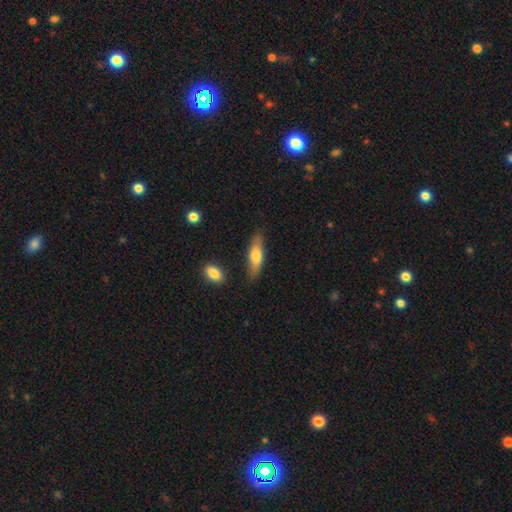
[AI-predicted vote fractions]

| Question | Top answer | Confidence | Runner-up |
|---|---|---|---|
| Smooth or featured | smooth | 67% | featured or disk (27%) |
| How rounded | cigar-shaped | 51% | in between (46%) |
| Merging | none | 82% | minor disturbance (12%) |